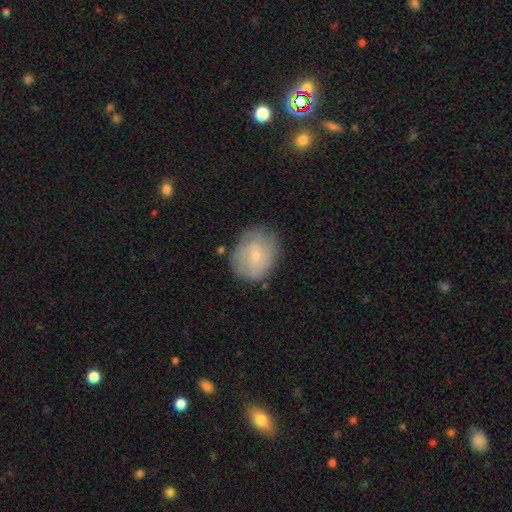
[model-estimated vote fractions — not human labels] smooth-or-featured: smooth: 53% | featured or disk: 39% | star or artifact: 8%
  how-rounded: round: 63% | in between: 36% | cigar-shaped: 1%
  merging: none: 70% | minor disturbance: 21% | major disturbance: 6% | merger: 2%